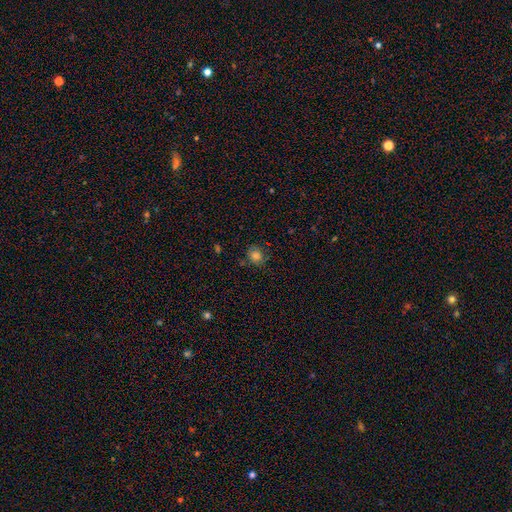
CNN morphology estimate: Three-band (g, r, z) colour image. It shows a smooth galaxy with no disk features (78%) that is round (70%). Merging: none (73%).